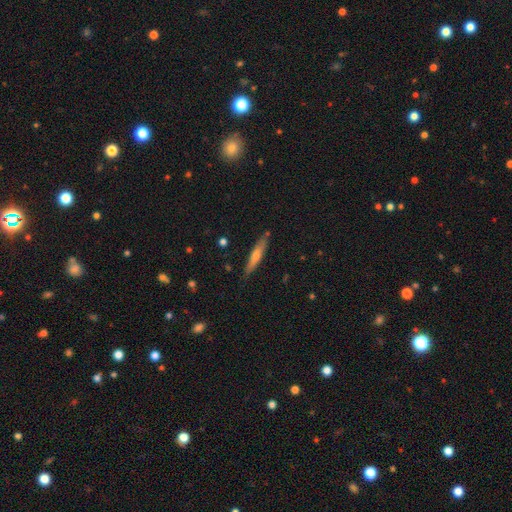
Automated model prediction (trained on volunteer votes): Smooth or featured? Predicted: smooth (p=0.47). Merging? Predicted: none (p=0.85).